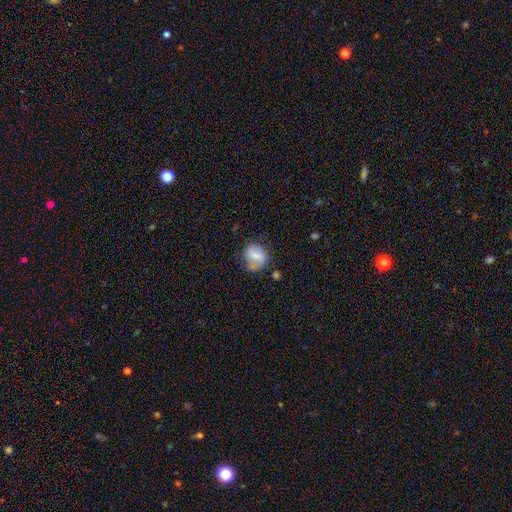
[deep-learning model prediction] The model was most divided on "merging": none: 62%, minor disturbance: 25%, major disturbance: 9%, merger: 4%. More confident: how rounded — round (72%); smooth or featured — smooth (67%).